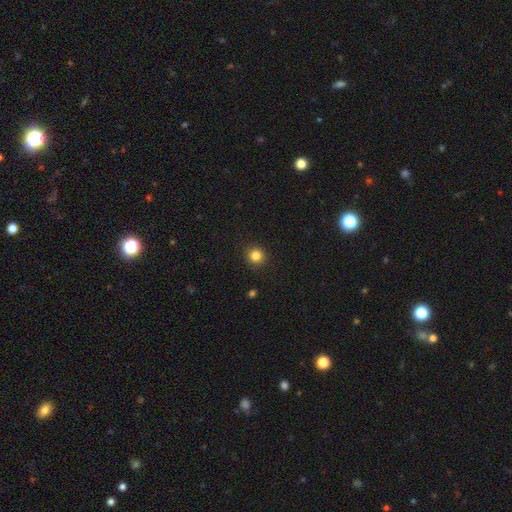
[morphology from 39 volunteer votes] Overall: smooth (95%). How rounded: round (100%). Merging: none (95%).